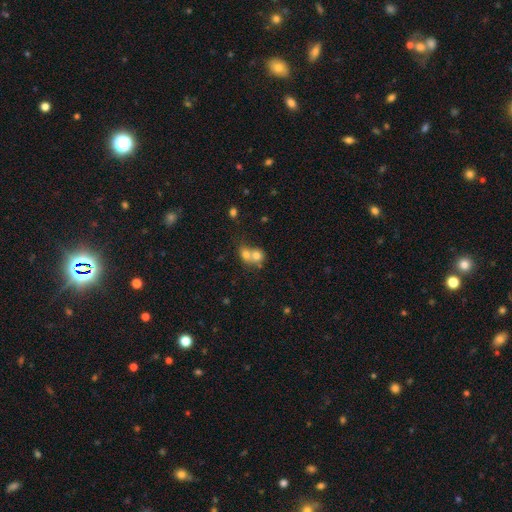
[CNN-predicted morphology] This is likely a smooth galaxy (70%). How rounded: likely round (69%). Merging: likely merger (71%).